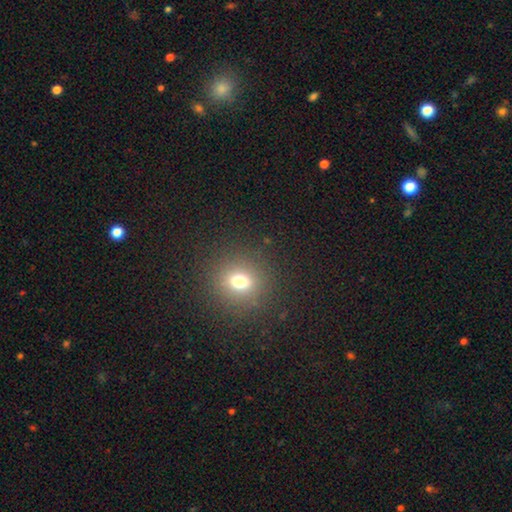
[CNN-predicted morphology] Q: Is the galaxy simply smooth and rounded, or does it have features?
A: smooth — 65%.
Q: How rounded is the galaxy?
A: round — 91%.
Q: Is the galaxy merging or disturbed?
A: none — 92%.